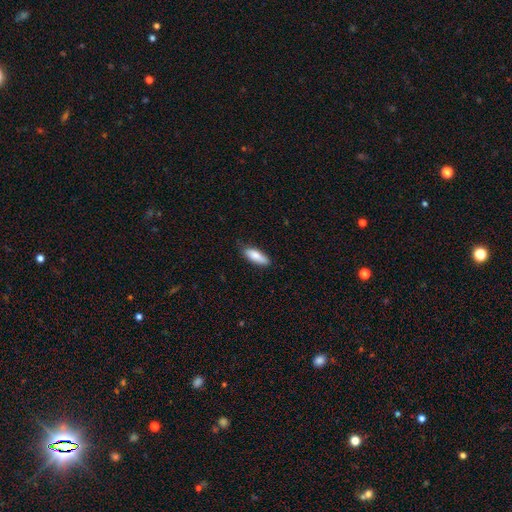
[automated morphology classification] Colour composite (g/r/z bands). It shows a smooth galaxy with no disk features (84%) that is in between round and cigar-shaped (63%). Merging: none (79%).